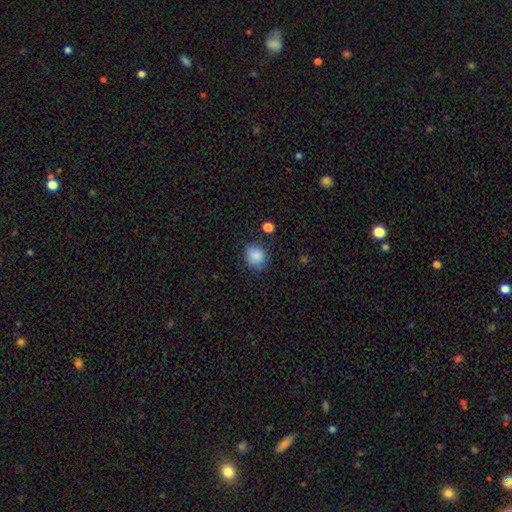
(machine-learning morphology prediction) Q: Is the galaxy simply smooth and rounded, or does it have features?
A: smooth — 86%.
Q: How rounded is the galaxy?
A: round — 74%.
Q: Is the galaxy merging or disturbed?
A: none — 76%.